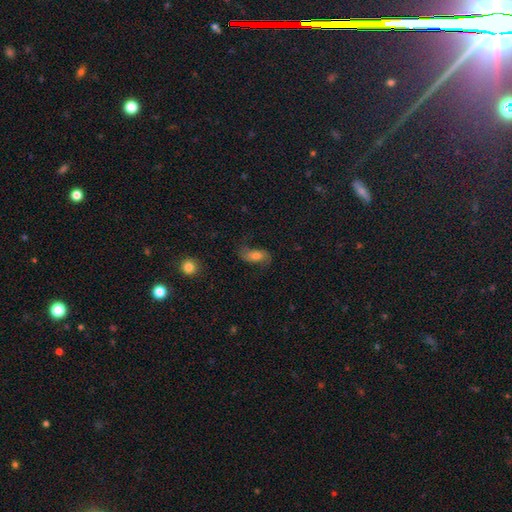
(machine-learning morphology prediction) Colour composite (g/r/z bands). It shows a smooth galaxy with no disk features (45%). Merging: none (65%).